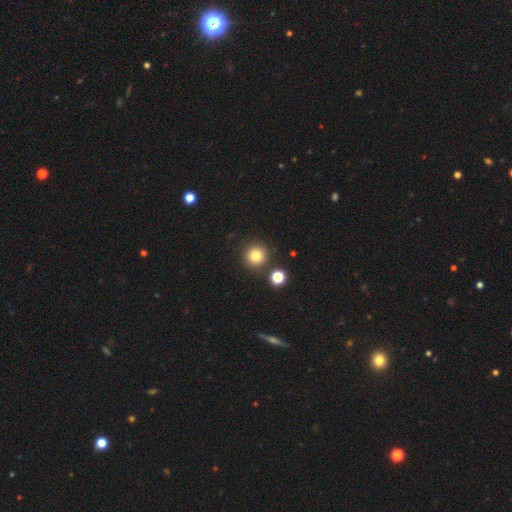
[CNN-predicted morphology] Q: Smooth or featured?
A: smooth (82%); runner-up: star or artifact (12%)
Q: How rounded?
A: round (94%); runner-up: in between (5%)
Q: Merging?
A: none (84%); runner-up: minor disturbance (7%)